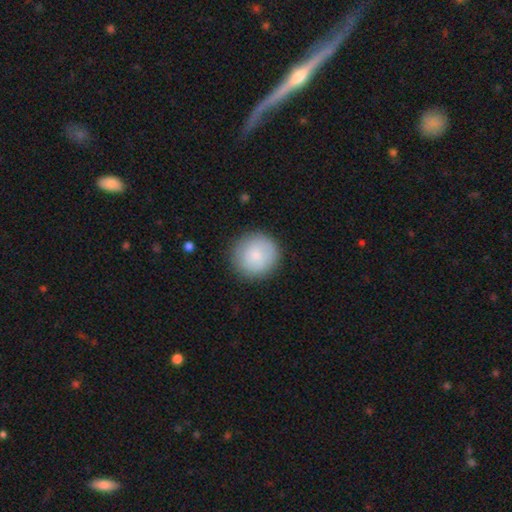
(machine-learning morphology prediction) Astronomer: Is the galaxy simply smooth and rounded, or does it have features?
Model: smooth — 80%.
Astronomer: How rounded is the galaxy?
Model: round — 95%.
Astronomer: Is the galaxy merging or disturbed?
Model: none — 87%.